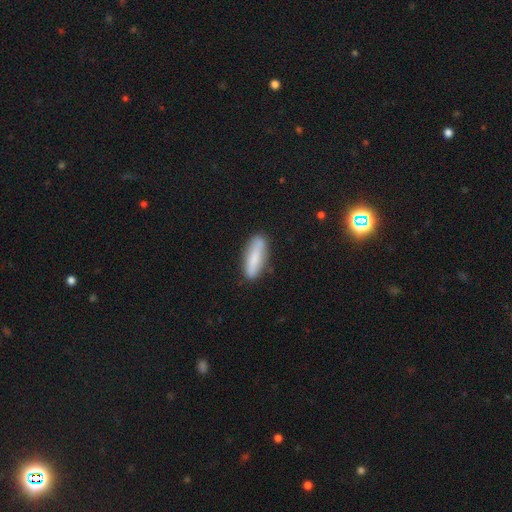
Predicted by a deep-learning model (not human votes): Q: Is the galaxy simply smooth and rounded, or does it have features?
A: smooth — 74%.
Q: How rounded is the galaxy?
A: cigar-shaped — 55%.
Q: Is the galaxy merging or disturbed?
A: none — 81%.